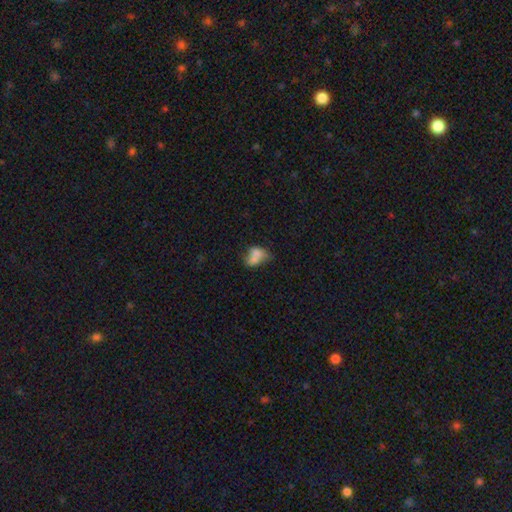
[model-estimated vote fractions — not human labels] Morphology: type=smooth (66%); roundness=in between (76%); merging=merger (46%).